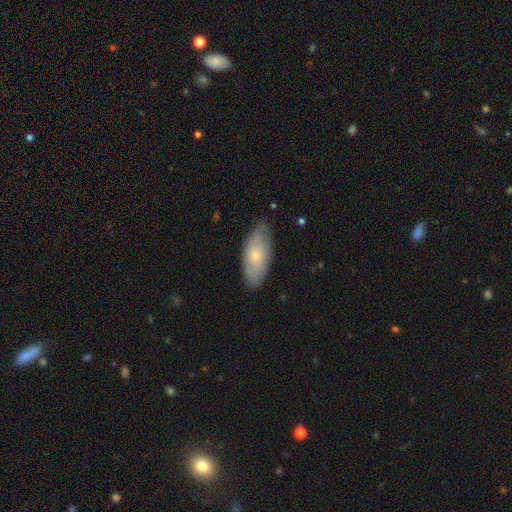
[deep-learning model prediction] Morphology: type=smooth (59%); roundness=in between (85%); merging=none (78%).